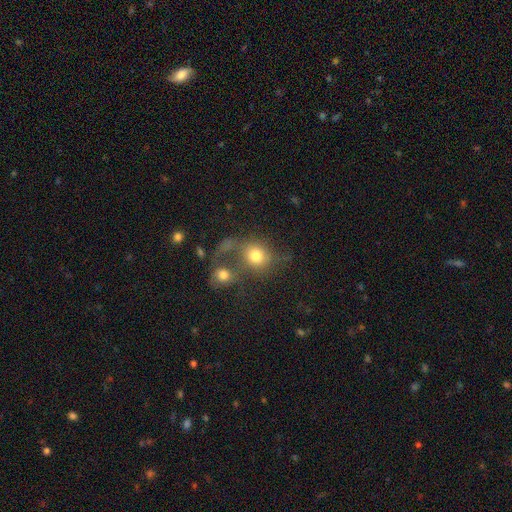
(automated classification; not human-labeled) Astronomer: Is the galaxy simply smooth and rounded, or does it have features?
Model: smooth — 73%.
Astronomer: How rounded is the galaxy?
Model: round — 74%.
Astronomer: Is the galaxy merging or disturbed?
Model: merger — 49% (runner-up: none, 25%).